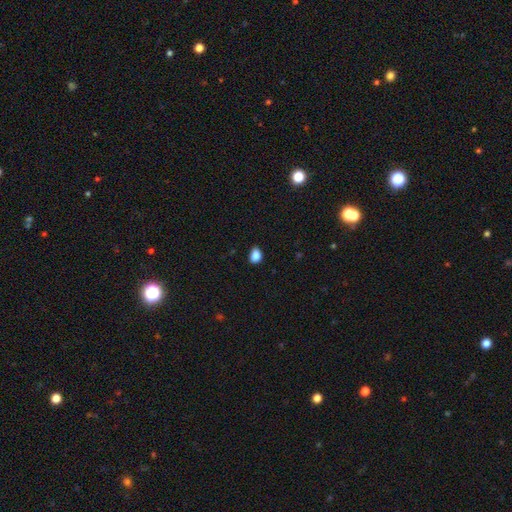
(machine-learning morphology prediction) This appears to be a smooth galaxy with no disk features (87%) that is in between round and cigar-shaped (76%). Merging: none (82%).